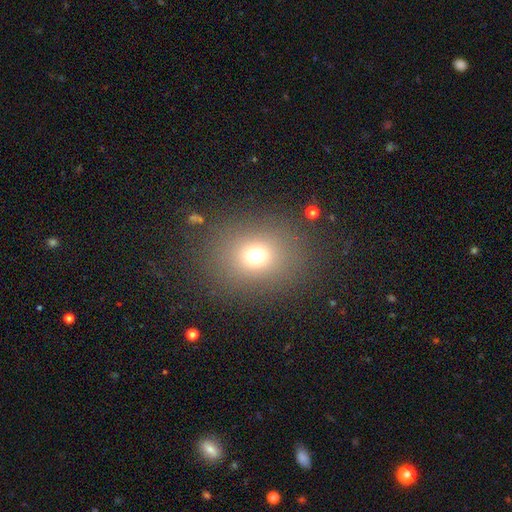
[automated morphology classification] Smooth or featured: smooth — 69% (star or artifact — 21%)
How rounded: round — 66% (in between — 33%)
Merging: none — 83% (minor disturbance — 9%)